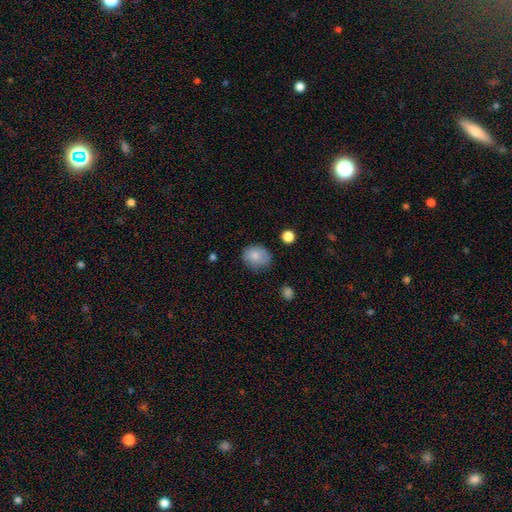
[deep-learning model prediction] smooth_or_featured: smooth (p=0.80) [alt: featured or disk p=0.11]
how_rounded: round (p=0.64) [alt: in between p=0.35]
merging: none (p=0.67) [alt: minor disturbance p=0.25]